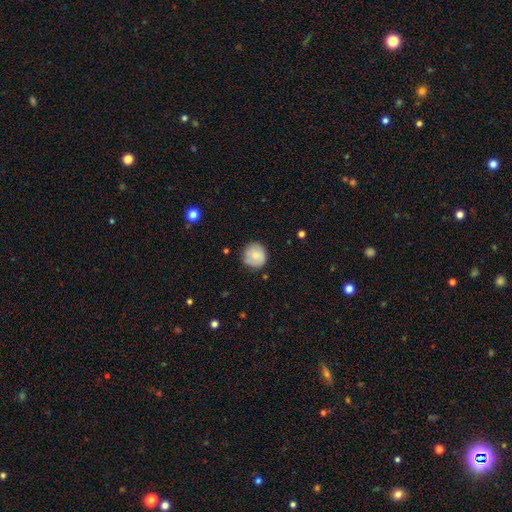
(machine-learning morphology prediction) Smooth or featured? Predicted: smooth (p=0.74). How rounded? Predicted: round (p=0.92). Merging? Predicted: none (p=0.80).